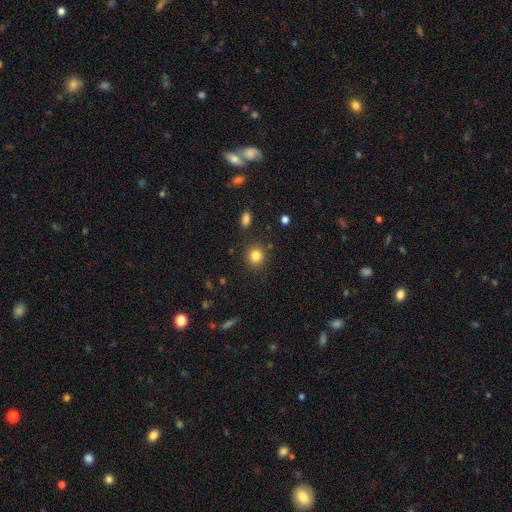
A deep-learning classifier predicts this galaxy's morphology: Smooth or featured: smooth — 84% (star or artifact — 11%)
How rounded: round — 86% (in between — 13%)
Merging: none — 87% (minor disturbance — 7%)